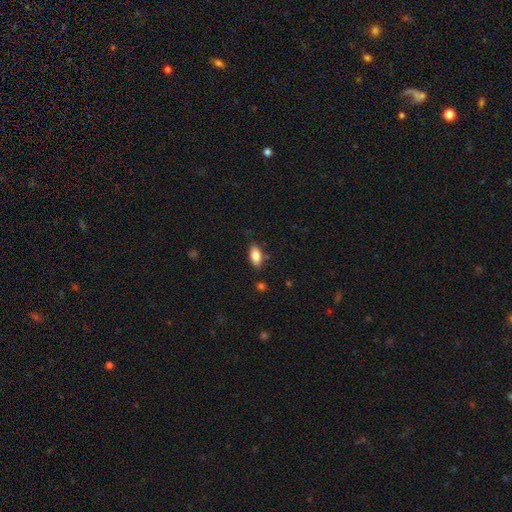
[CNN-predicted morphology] Smooth or featured? Predicted: smooth (p=0.84). How rounded? Predicted: in between (p=0.91). Merging? Predicted: none (p=0.81).